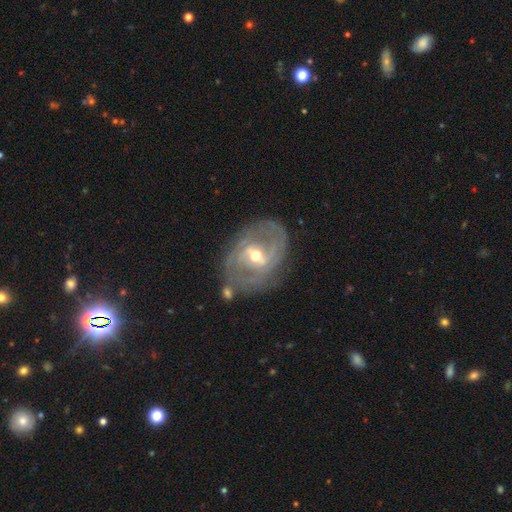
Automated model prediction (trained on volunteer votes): This appears to be a featured or disk galaxy (80%) with a weak bar (50%), 2 (55%) tight (43%) spiral arms (84%) and a moderate central bulge (56%). Merging: none (69%).